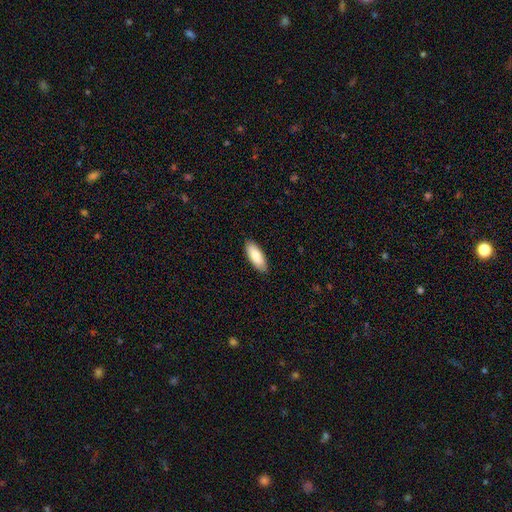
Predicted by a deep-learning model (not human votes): Morphology: type=smooth (84%); roundness=in between (75%); merging=none (90%).